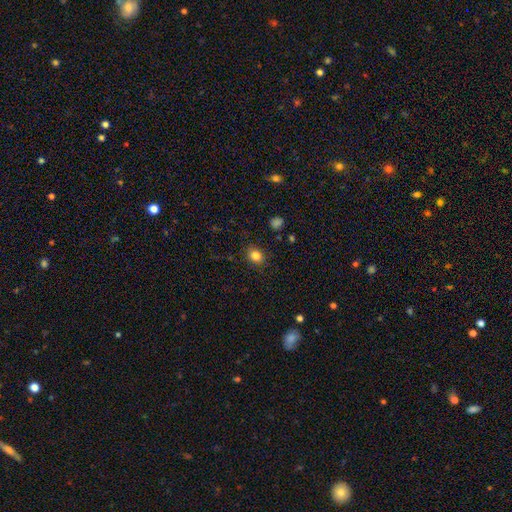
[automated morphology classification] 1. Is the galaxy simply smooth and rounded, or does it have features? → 83% smooth, 11% star or artifact, 6% featured or disk.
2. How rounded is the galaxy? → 54% round, 45% in between, 1% cigar-shaped.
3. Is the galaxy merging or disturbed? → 85% none, 10% minor disturbance, 3% major disturbance, 1% merger.